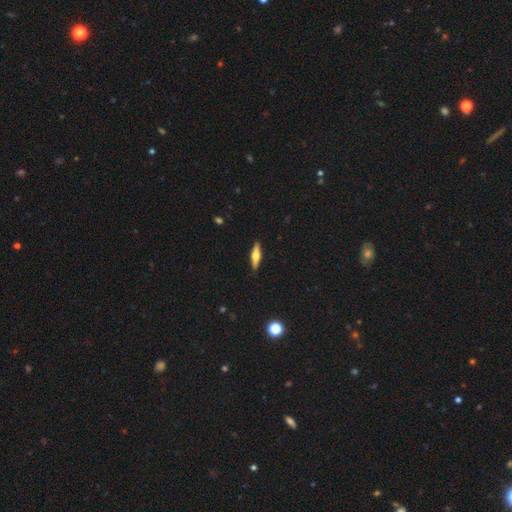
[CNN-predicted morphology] A featured or disk galaxy (54%) viewed edge-on (94%) with a rounded central bulge (92%).

Vote fractions:
- Smooth or featured? featured or disk: 54% / smooth: 40% / star or artifact: 6%
- Edge-on disk? yes: 94% / no: 6%
- Edge-on bulge? rounded: 92% / boxy: 5% / none: 3%
- Merging? none: 90% / minor disturbance: 7% / major disturbance: 2% / merger: 1%